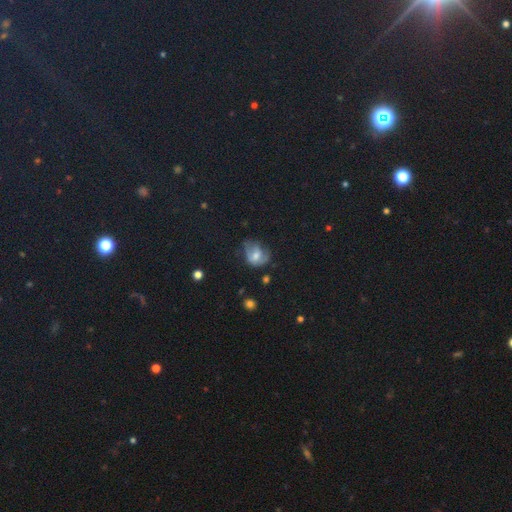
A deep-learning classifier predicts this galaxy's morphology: Q: Smooth or featured?
A: smooth (50%); runner-up: featured or disk (33%)
Q: Merging?
A: none (39%); runner-up: minor disturbance (30%)